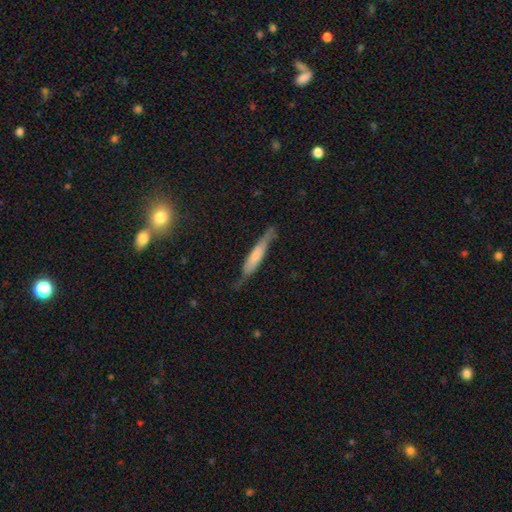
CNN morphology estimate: The model was most divided on "smooth or featured": smooth: 52%, featured or disk: 42%, star or artifact: 6%. More confident: how rounded — cigar-shaped (87%); merging — none (61%).